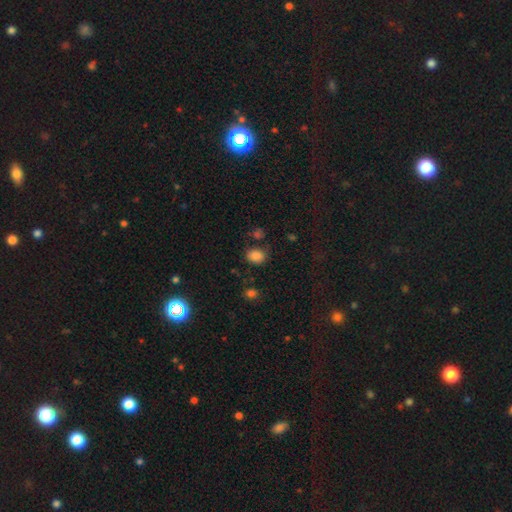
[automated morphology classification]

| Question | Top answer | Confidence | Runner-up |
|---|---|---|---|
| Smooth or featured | smooth | 83% | star or artifact (12%) |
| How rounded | in between | 56% | round (43%) |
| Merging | none | 73% | minor disturbance (15%) |